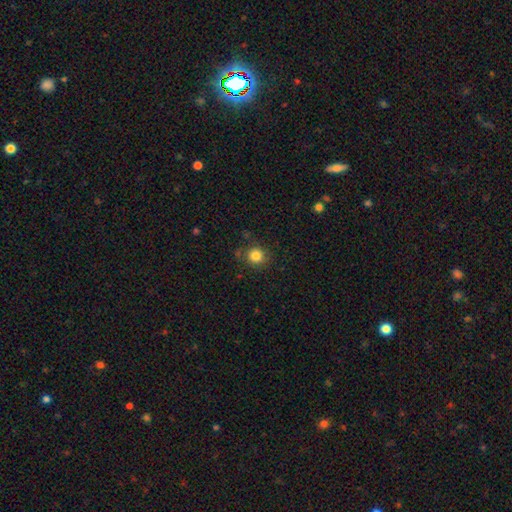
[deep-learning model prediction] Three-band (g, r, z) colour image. It shows a smooth galaxy with no disk features (84%) that is round (88%). Merging: none (83%).